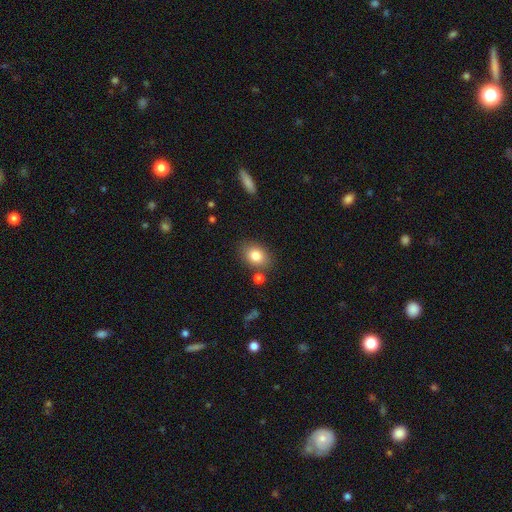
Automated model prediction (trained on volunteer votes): smooth 82%, featured or disk 9%, star or artifact 9%. Down the decision tree: how rounded — in between (71%); merging — none (78%).